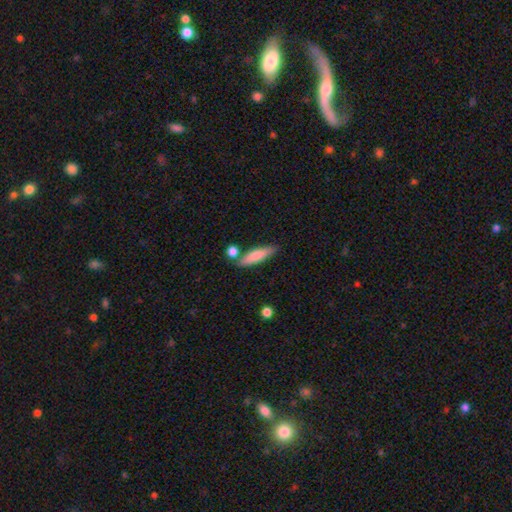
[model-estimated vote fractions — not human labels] Smooth or featured? smooth (77%)
How rounded? cigar-shaped (72%)
Merging? none (73%)